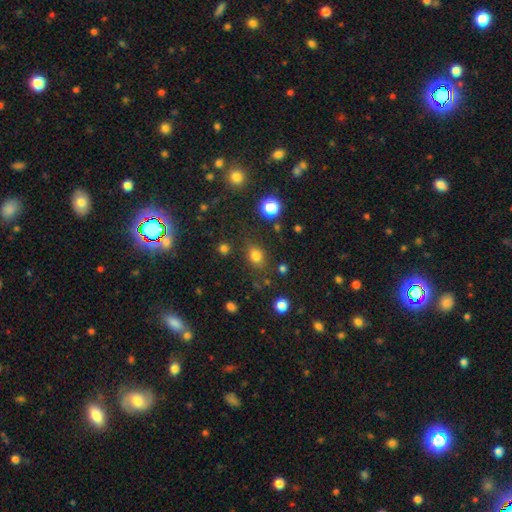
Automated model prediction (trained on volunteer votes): The model was most divided on "how rounded" (2-way tie): in between: 49%, round: 49%, cigar-shaped: 2%. More confident: smooth or featured — smooth (77%); merging — none (76%).